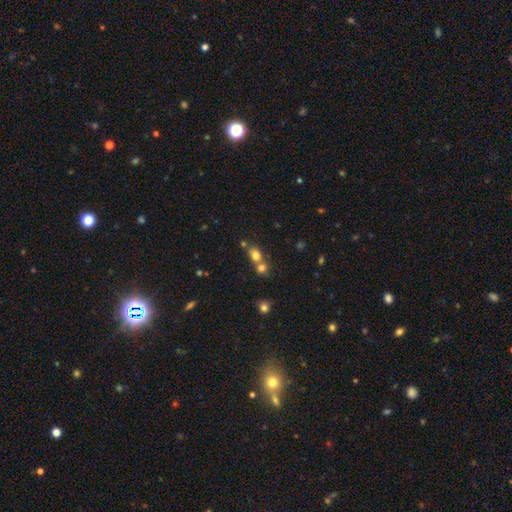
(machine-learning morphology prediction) This appears to be a smooth galaxy with no disk features (76%) that is round (54%). Merging: merger (49%).